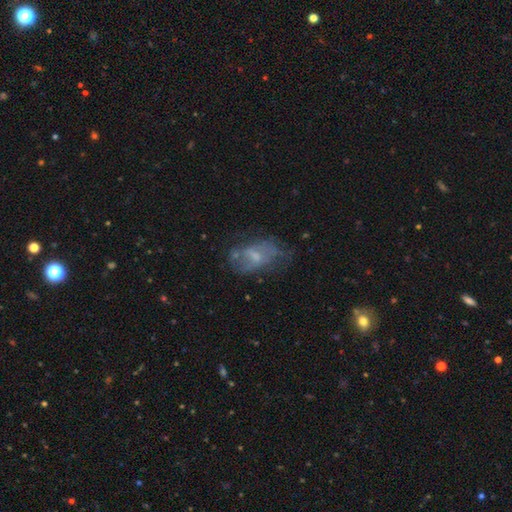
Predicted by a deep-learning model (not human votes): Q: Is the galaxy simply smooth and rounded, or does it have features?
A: featured or disk — 51%.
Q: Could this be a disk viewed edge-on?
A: no — 94%.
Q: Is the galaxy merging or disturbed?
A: none — 44%.